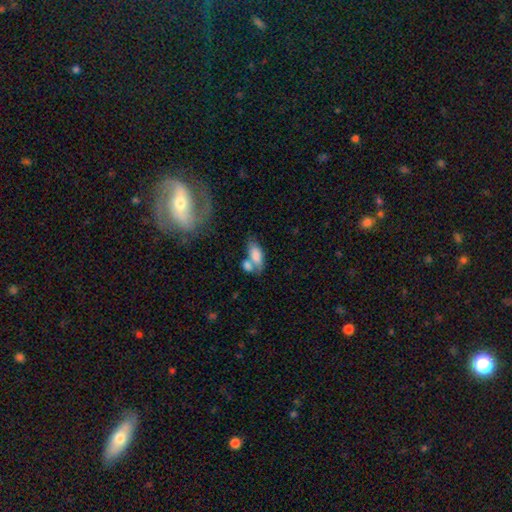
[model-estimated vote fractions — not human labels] Overall: smooth (78%). How rounded: in between (86%). Merging: merger (45%; none 34%).